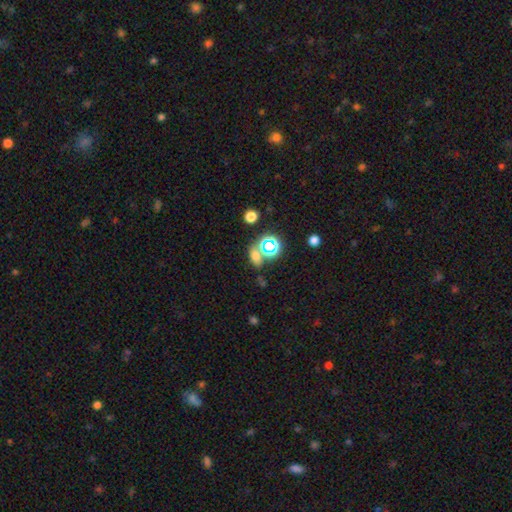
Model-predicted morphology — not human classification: Smooth or featured?
  - smooth: 51% *
  - star or artifact: 39%
  - featured or disk: 10%
How rounded?
  - in between: 57% *
  - round: 36%
  - cigar-shaped: 7%
Merging?
  - none: 65% *
  - merger: 17%
  - minor disturbance: 11%
  - major disturbance: 6%